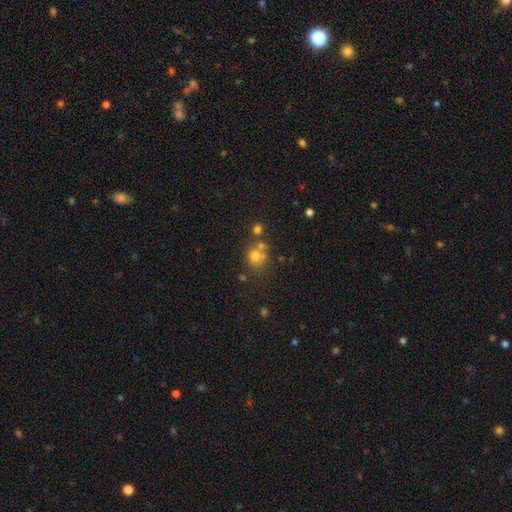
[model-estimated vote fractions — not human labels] This appears to be a smooth galaxy with no disk features (67%) that is round (81%). Merging: none (52%).